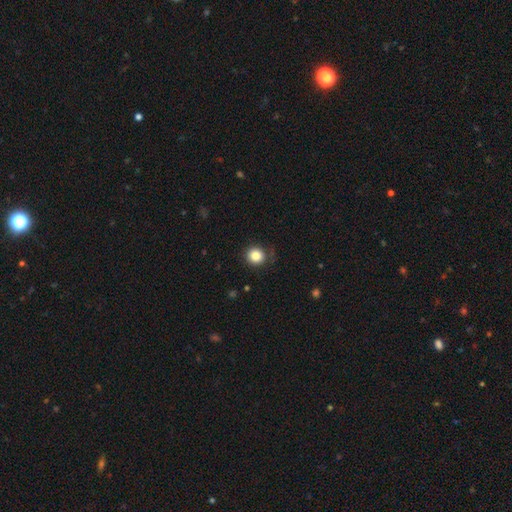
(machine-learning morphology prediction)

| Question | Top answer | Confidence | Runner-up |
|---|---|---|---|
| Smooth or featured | smooth | 84% | star or artifact (11%) |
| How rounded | round | 91% | in between (8%) |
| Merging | none | 84% | minor disturbance (11%) |